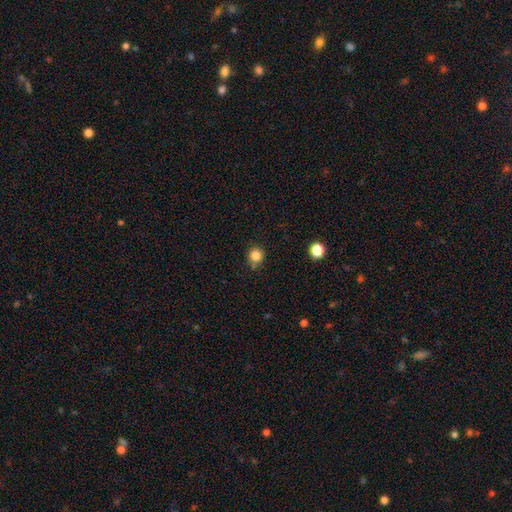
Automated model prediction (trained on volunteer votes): The model was most divided on "merging": none: 79%, minor disturbance: 12%, merger: 6%, major disturbance: 3%. More confident: how rounded — round (91%); smooth or featured — smooth (84%).